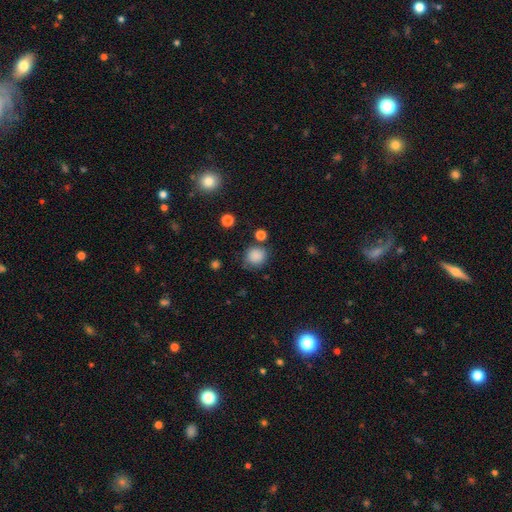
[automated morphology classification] smooth-or-featured: smooth: 85% | star or artifact: 11% | featured or disk: 4%
  how-rounded: round: 86% | in between: 13% | cigar-shaped: 1%
  merging: none: 75% | minor disturbance: 16% | major disturbance: 5% | merger: 5%